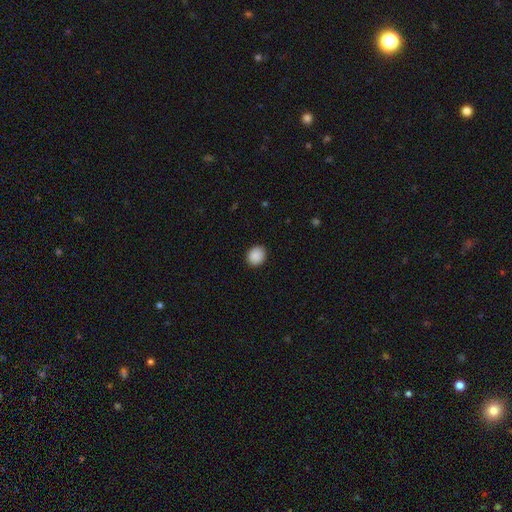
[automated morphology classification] type=smooth (90%); roundness=round (63%); merging=none (90%).